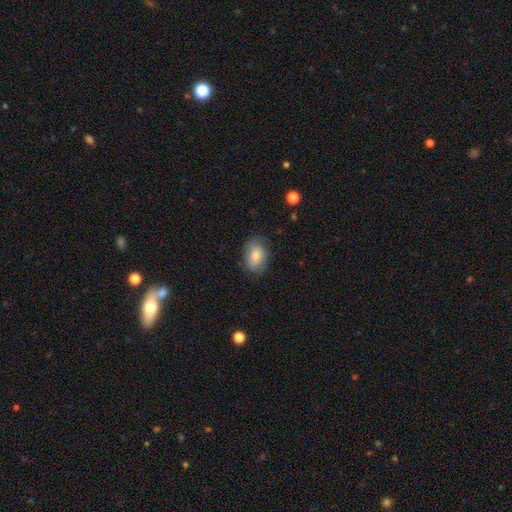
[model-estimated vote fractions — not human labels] smooth-or-featured: smooth: 83% | featured or disk: 10% | star or artifact: 7%
  how-rounded: in between: 85% | round: 14% | cigar-shaped: 2%
  merging: none: 73% | minor disturbance: 21% | major disturbance: 5% | merger: 1%